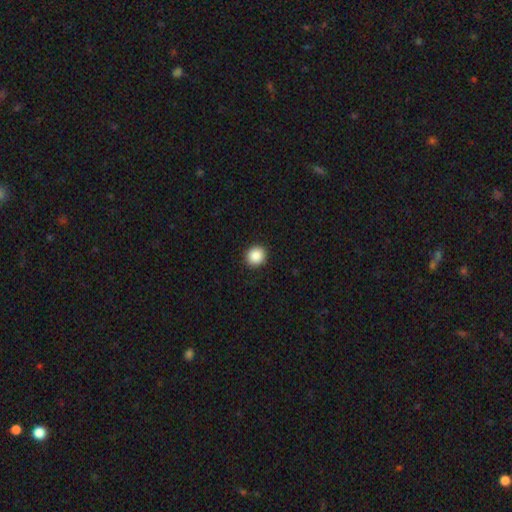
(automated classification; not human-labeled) Morphology: type=smooth (89%); roundness=round (87%); merging=none (92%).